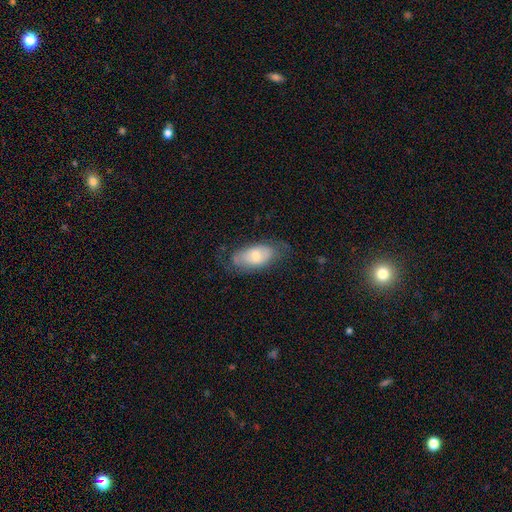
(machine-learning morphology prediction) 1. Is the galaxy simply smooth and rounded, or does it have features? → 53% smooth, 40% featured or disk, 7% star or artifact.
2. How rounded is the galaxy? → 90% in between, 7% cigar-shaped, 4% round.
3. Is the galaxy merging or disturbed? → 62% none, 25% minor disturbance, 11% major disturbance, 2% merger.